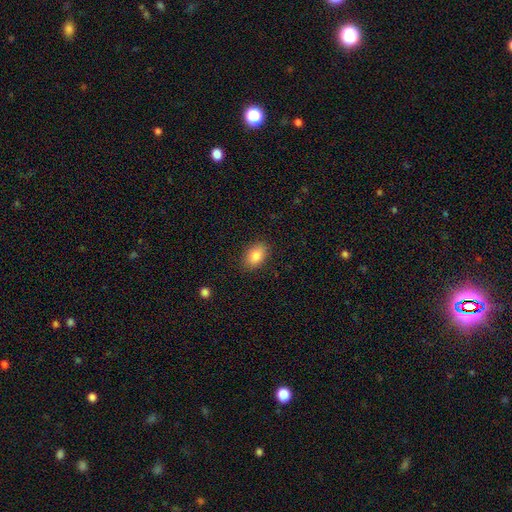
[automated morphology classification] smooth-or-featured: smooth: 84% | featured or disk: 8% | star or artifact: 8%
  how-rounded: in between: 85% | round: 13% | cigar-shaped: 2%
  merging: none: 87% | minor disturbance: 9% | major disturbance: 2% | merger: 1%